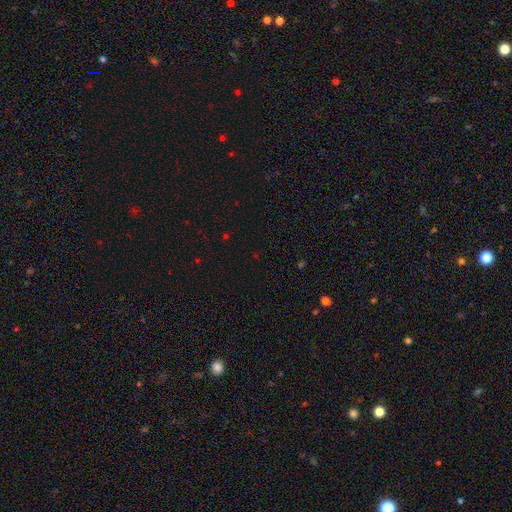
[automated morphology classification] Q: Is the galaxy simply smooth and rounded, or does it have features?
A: star or artifact — 67%.